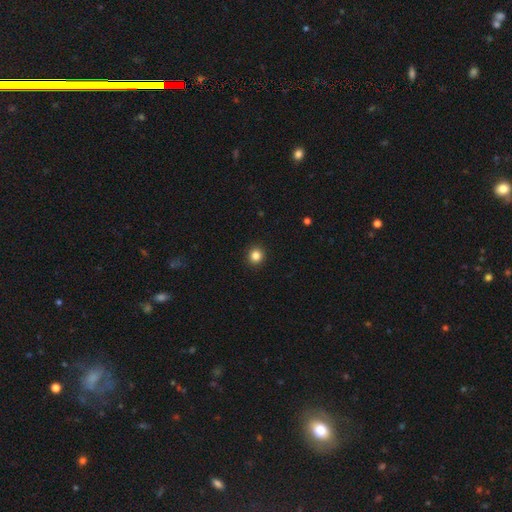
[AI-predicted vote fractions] smooth-or-featured: smooth: 84% | star or artifact: 12% | featured or disk: 4%
  how-rounded: round: 92% | in between: 7% | cigar-shaped: 1%
  merging: none: 93% | minor disturbance: 5% | major disturbance: 2% | merger: 1%